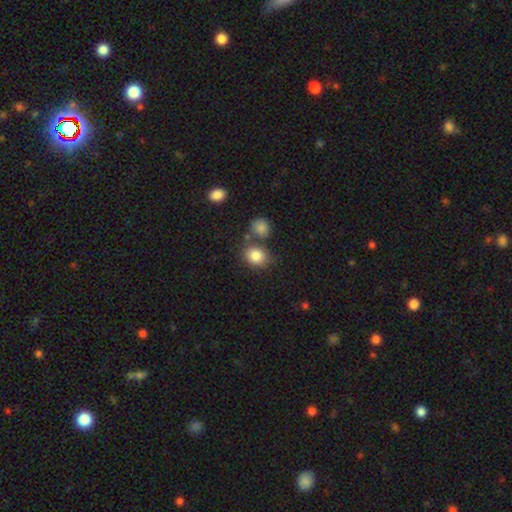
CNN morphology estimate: type=smooth (84%); roundness=round (61%); merging=none (65%).